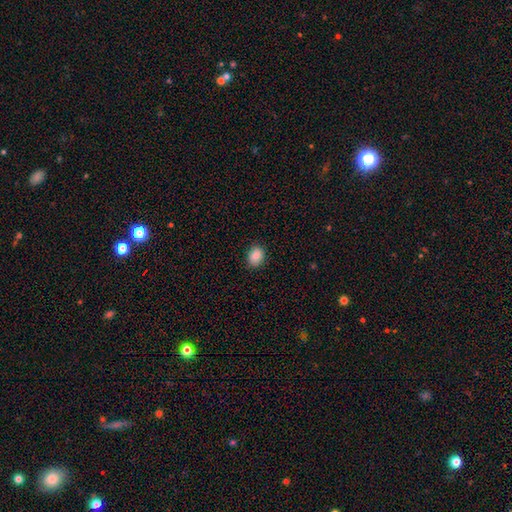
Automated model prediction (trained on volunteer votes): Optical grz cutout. It shows a smooth galaxy with no disk features (88%) that is in between round and cigar-shaped (67%). Merging: none (88%).